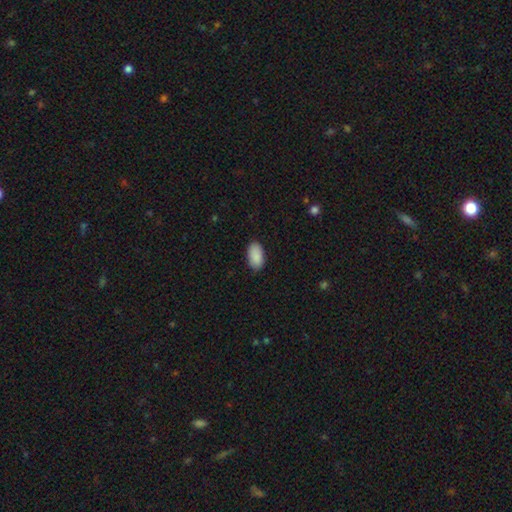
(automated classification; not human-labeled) Smooth or featured?
  - smooth: 90% *
  - star or artifact: 6%
  - featured or disk: 4%
How rounded?
  - in between: 95% *
  - round: 3%
  - cigar-shaped: 2%
Merging?
  - none: 86% *
  - minor disturbance: 11%
  - major disturbance: 2%
  - merger: 1%